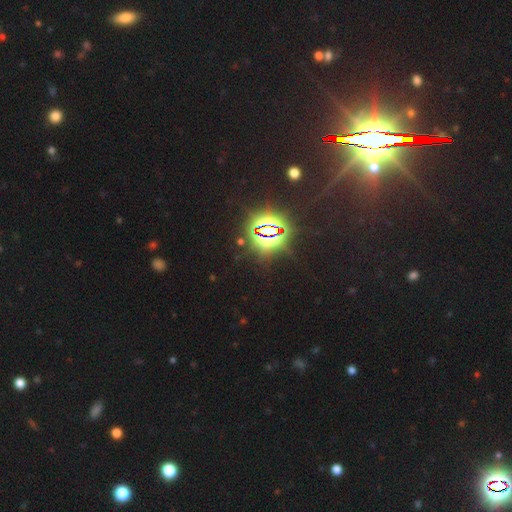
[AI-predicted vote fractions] A star or artifact, not a galaxy (84%).

Vote fractions:
- Smooth or featured? star or artifact: 84% / featured or disk: 8% / smooth: 7%